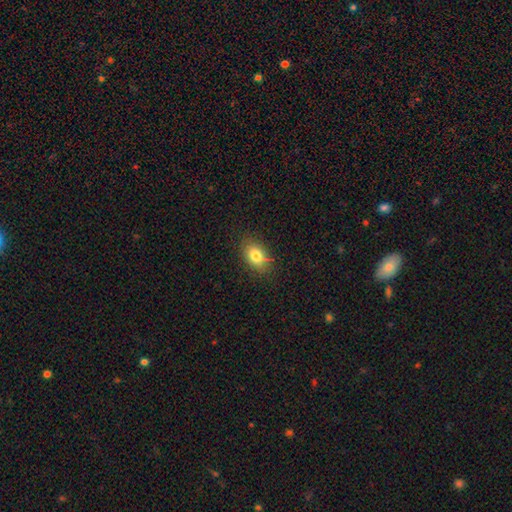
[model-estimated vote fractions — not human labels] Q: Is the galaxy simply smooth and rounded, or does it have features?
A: smooth — 81%.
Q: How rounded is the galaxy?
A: in between — 79%.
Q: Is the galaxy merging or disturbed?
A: none — 83%.